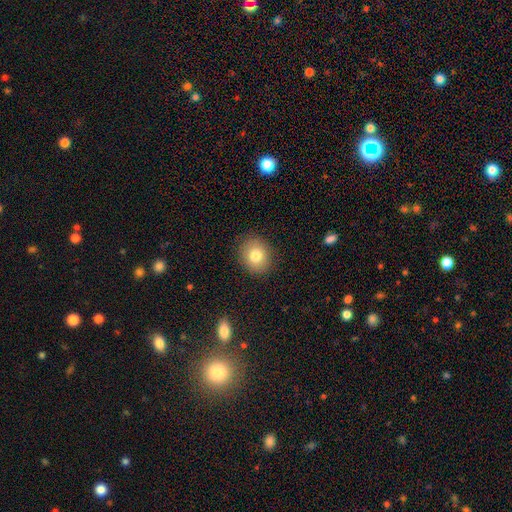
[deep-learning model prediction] A smooth galaxy with no disk features (79%) that is round (64%). Merging: none (88%).